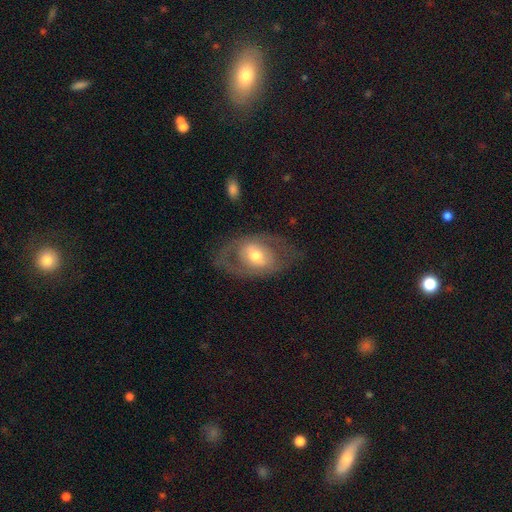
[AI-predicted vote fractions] Q: Smooth or featured?
A: featured or disk (62%); runner-up: smooth (32%)
Q: Edge-on disk?
A: no (92%); runner-up: yes (8%)
Q: Bar?
A: no (46%); runner-up: weak (36%)
Q: Spiral arms?
A: no (58%); runner-up: yes (42%)
Q: Bulge size?
A: moderate (70%); runner-up: large (16%)
Q: Merging?
A: none (69%); runner-up: minor disturbance (17%)